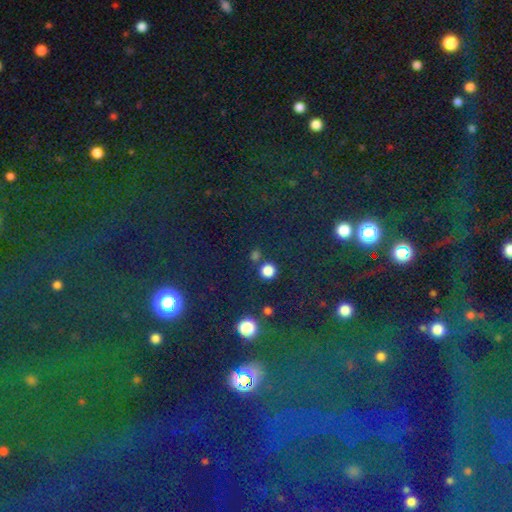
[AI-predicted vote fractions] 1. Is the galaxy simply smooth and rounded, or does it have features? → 47% smooth, 46% star or artifact, 7% featured or disk.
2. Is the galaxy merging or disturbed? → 82% none, 8% minor disturbance, 6% merger, 4% major disturbance.